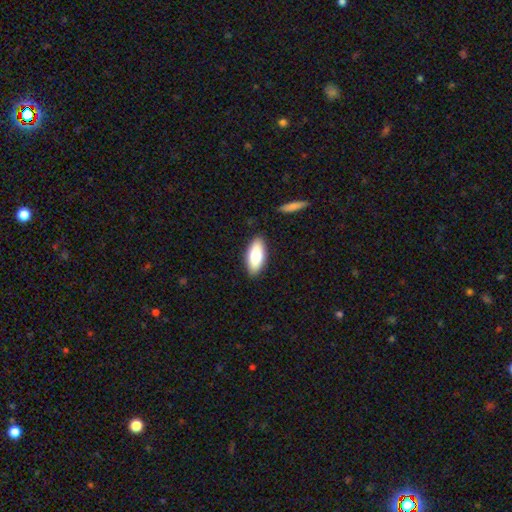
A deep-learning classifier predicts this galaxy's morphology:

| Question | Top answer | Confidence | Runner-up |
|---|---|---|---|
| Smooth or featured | smooth | 75% | featured or disk (19%) |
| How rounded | in between | 83% | cigar-shaped (15%) |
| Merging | none | 88% | minor disturbance (9%) |